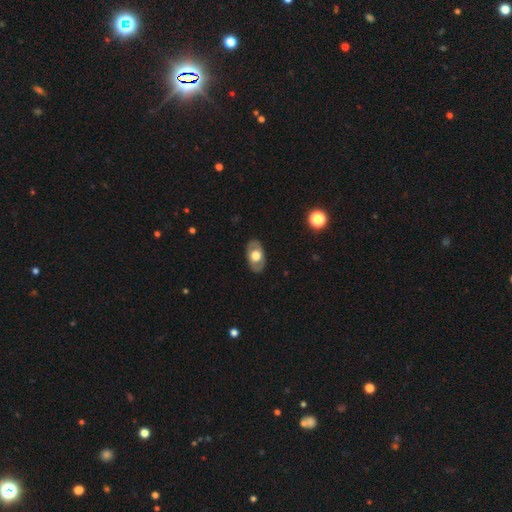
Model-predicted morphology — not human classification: A smooth galaxy with no disk features (50%) that is in between round and cigar-shaped (88%). Merging: none (85%).